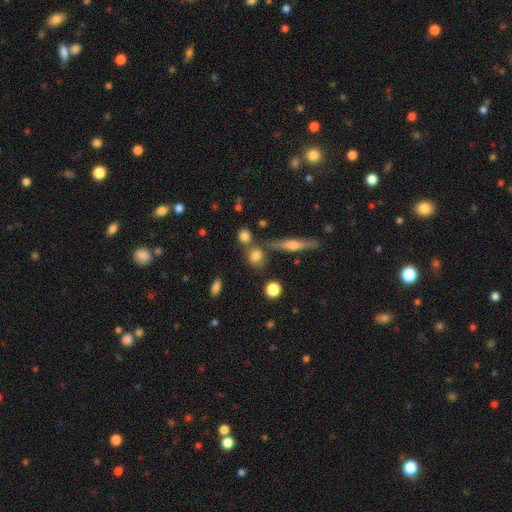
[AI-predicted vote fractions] A smooth galaxy with no disk features (76%) that is round (62%). Merging: none (64%).